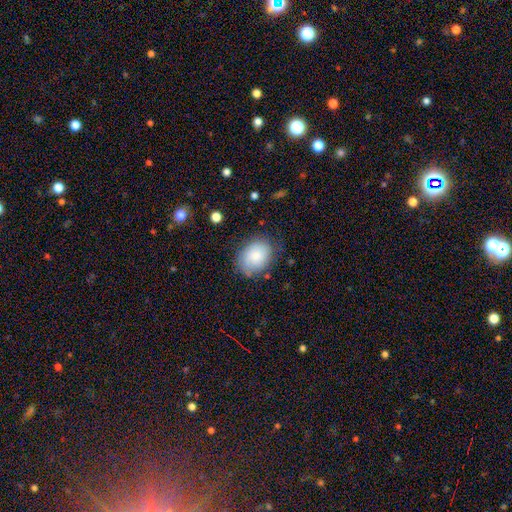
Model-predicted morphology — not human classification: smooth_or_featured: smooth (p=0.76) [alt: featured or disk p=0.17]
how_rounded: in between (p=0.65) [alt: round p=0.34]
merging: none (p=0.72) [alt: minor disturbance p=0.21]